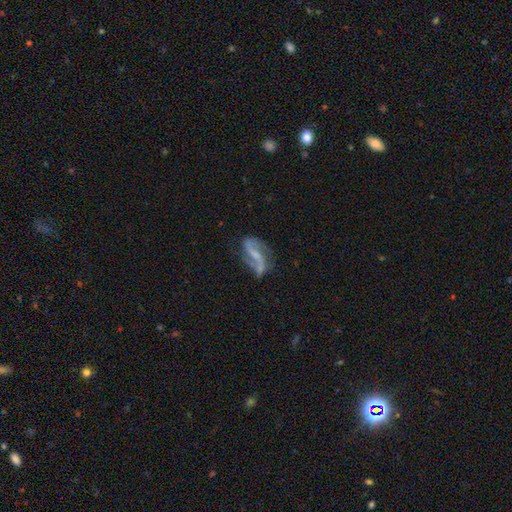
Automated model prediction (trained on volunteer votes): featured or disk 85%, smooth 9%, star or artifact 7%. Down the decision tree: edge-on disk — no (96%); bar — weak (39%); spiral arms — yes (94%); spiral arm count — 2 (90%); spiral winding — loose (65%); bulge size — small (51%); merging — none (61%).